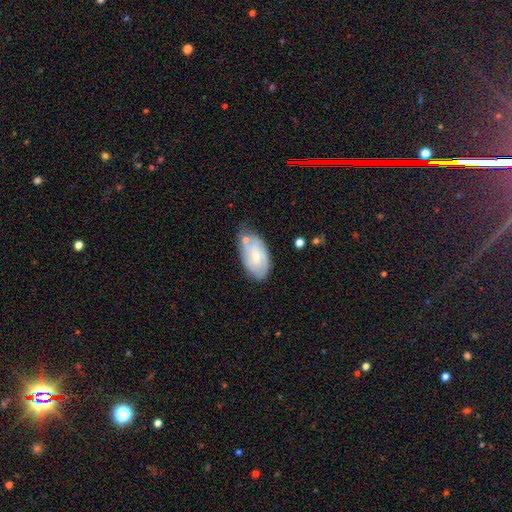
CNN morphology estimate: Smooth or featured? featured or disk (55%)
Edge-on disk? no (94%)
Bar? no (61%)
Spiral arms? yes (76%)
Bulge size? small (62%)
Merging? none (56%)